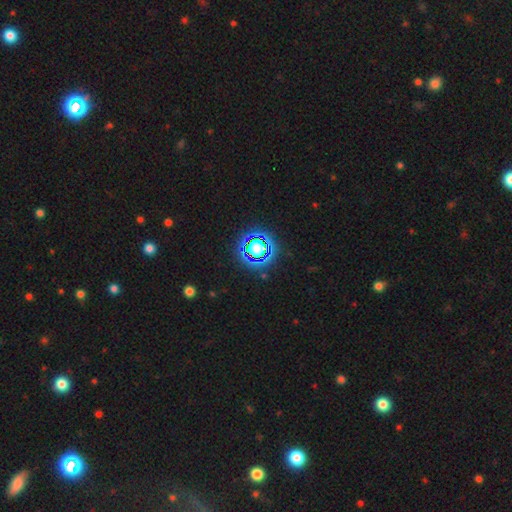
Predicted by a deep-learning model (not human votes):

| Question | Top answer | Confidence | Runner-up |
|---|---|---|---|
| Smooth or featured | star or artifact | 64% | smooth (23%) |